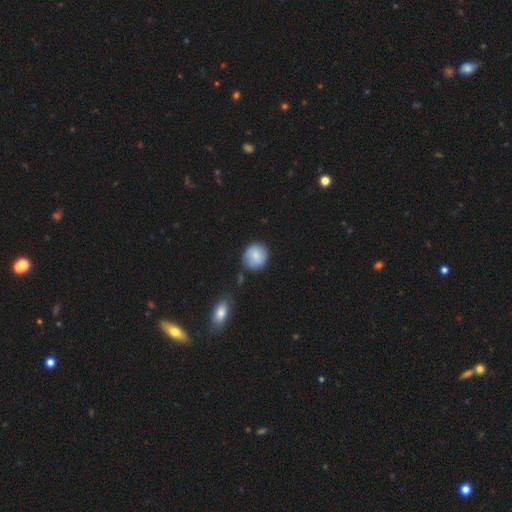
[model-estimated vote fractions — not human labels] smooth-or-featured: smooth: 83% | featured or disk: 10% | star or artifact: 7%
  how-rounded: round: 87% | in between: 12% | cigar-shaped: 1%
  merging: none: 79% | minor disturbance: 14% | merger: 4% | major disturbance: 3%